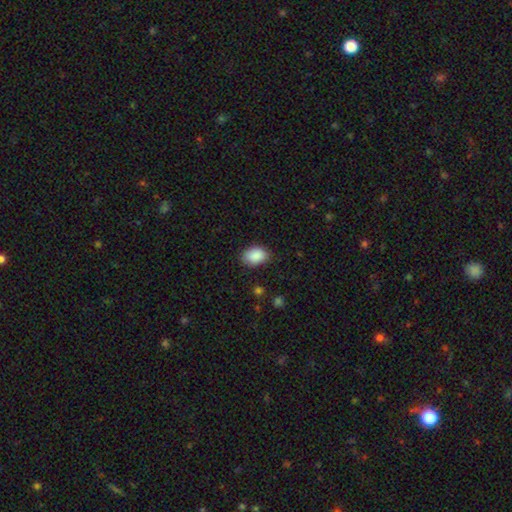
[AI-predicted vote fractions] Overall: smooth (89%). How rounded: in between (84%). Merging: none (82%).